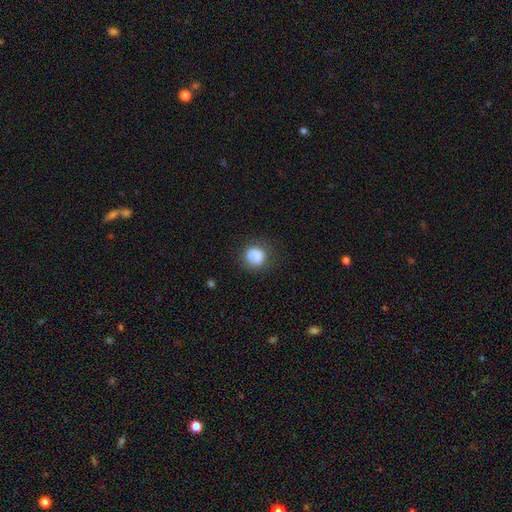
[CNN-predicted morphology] Smooth or featured: smooth — 73% (featured or disk — 18%)
How rounded: round — 83% (in between — 16%)
Merging: none — 61% (minor disturbance — 22%)